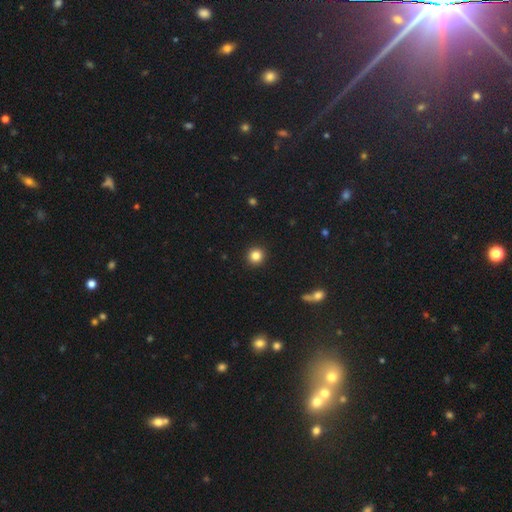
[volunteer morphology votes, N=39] smooth 87%, star or artifact 8%, featured or disk 5%. Down the decision tree: how rounded — round (100%); merging — none (89%).